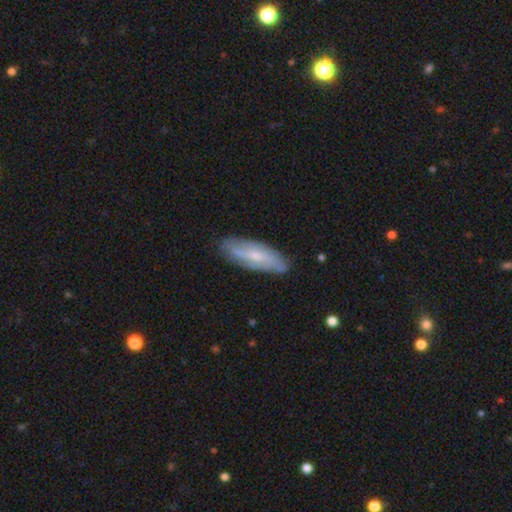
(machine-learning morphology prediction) smooth_or_featured: featured or disk (p=0.56) [alt: smooth p=0.37]
disk_edge_on: no (p=0.77) [alt: yes p=0.23]
merging: none (p=0.79) [alt: minor disturbance p=0.16]